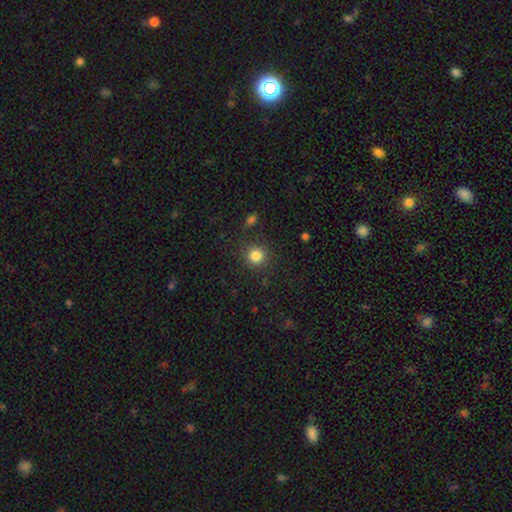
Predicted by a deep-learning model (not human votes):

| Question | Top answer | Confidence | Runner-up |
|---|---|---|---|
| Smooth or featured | smooth | 83% | star or artifact (12%) |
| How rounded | round | 93% | in between (6%) |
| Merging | none | 87% | minor disturbance (7%) |